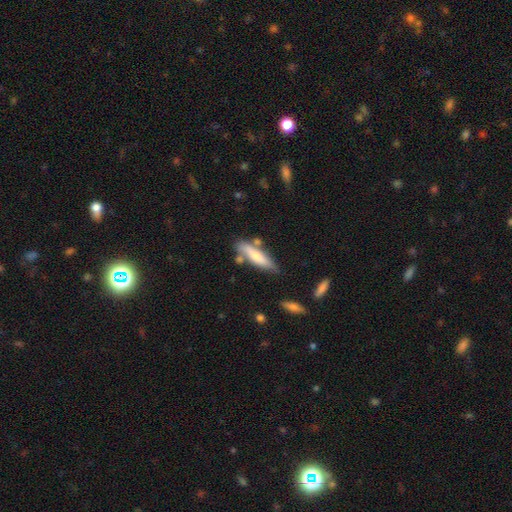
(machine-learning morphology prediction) The model was most divided on "smooth or featured": smooth: 66%, featured or disk: 28%, star or artifact: 6%. More confident: how rounded — cigar-shaped (69%); merging — none (63%).